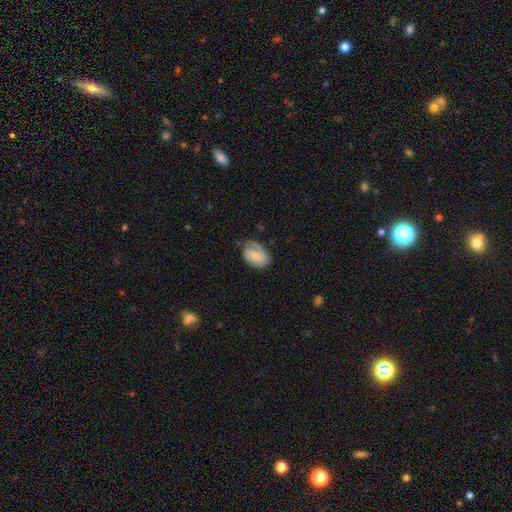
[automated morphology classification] A featured or disk galaxy (47%). Merging: none (54%).